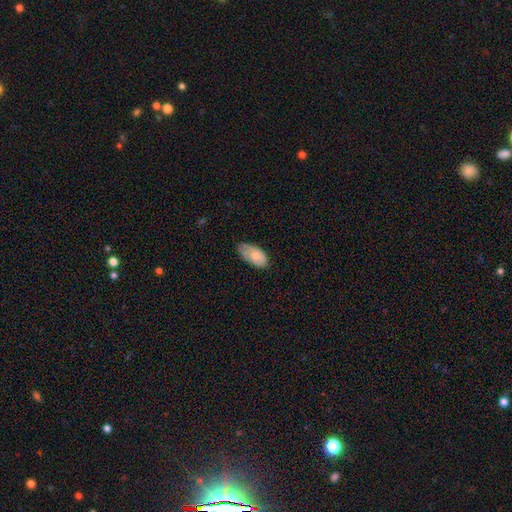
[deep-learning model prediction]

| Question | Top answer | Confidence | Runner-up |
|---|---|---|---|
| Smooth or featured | smooth | 67% | featured or disk (27%) |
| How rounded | in between | 93% | round (4%) |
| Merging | none | 55% | minor disturbance (36%) |